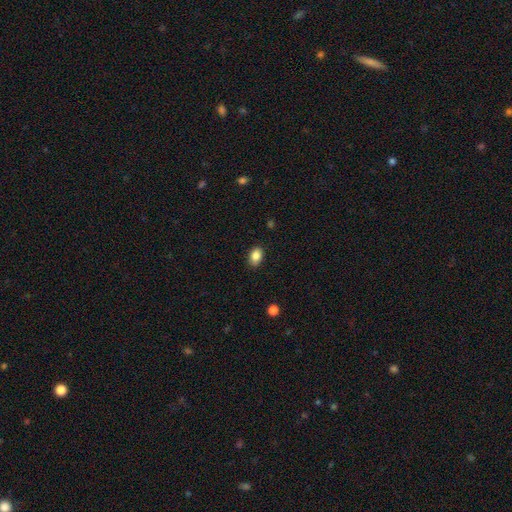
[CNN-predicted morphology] A smooth galaxy with no disk features (86%) that is in between round and cigar-shaped (81%).

Vote fractions:
- Smooth or featured? smooth: 86% / star or artifact: 9% / featured or disk: 5%
- How rounded? in between: 81% / round: 18% / cigar-shaped: 1%
- Merging? none: 85% / minor disturbance: 11% / major disturbance: 2% / merger: 1%